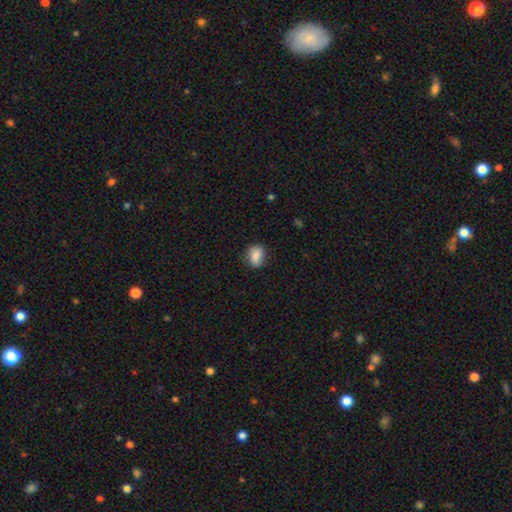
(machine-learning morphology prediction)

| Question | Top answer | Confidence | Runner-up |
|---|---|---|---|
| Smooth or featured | smooth | 84% | star or artifact (8%) |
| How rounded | in between | 59% | round (40%) |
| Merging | none | 77% | minor disturbance (18%) |